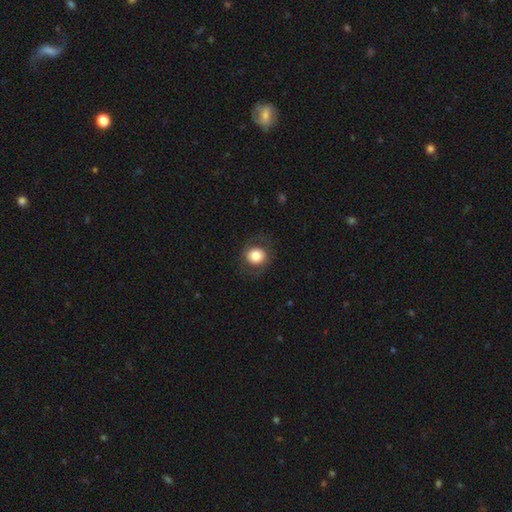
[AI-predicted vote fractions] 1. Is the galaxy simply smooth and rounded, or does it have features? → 76% smooth, 15% featured or disk, 9% star or artifact.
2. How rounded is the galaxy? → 81% round, 18% in between, 1% cigar-shaped.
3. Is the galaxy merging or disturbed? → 83% none, 10% minor disturbance, 6% major disturbance, 1% merger.